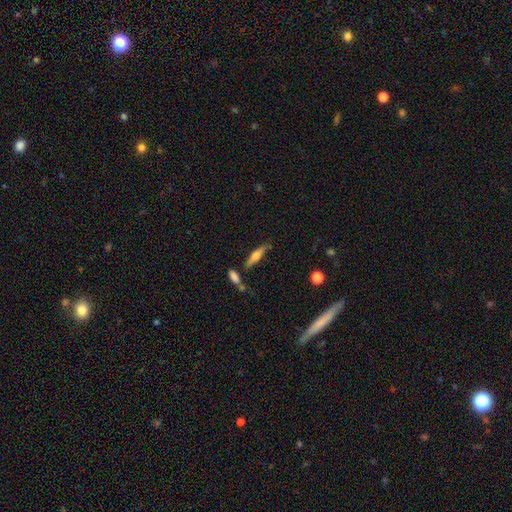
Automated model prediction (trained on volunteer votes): Smooth or featured? Predicted: smooth (p=0.53). How rounded? Predicted: cigar-shaped (p=0.70). Merging? Predicted: none (p=0.68).